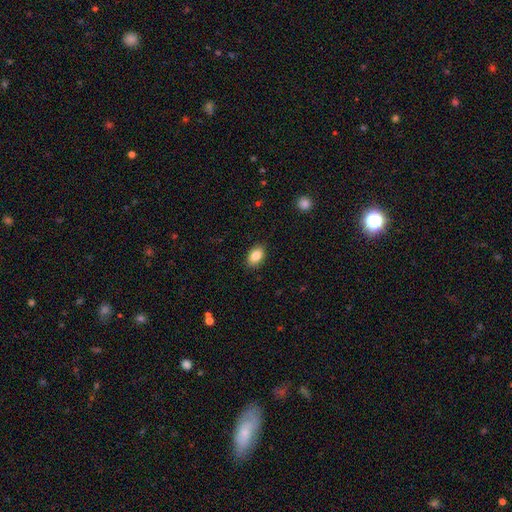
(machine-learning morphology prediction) Smooth or featured? Predicted: smooth (p=0.87). How rounded? Predicted: in between (p=0.88). Merging? Predicted: none (p=0.88).